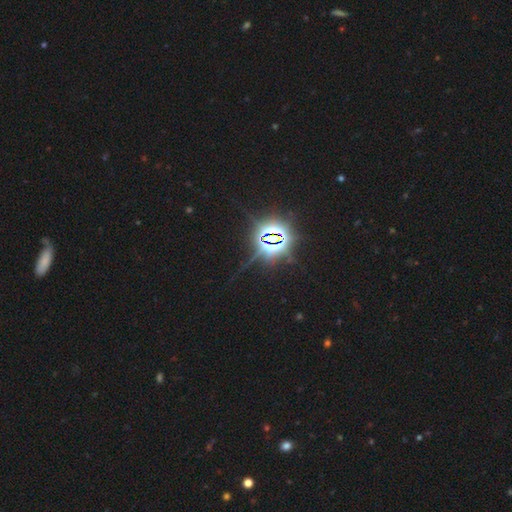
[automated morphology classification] Smooth or featured? star or artifact (86%)